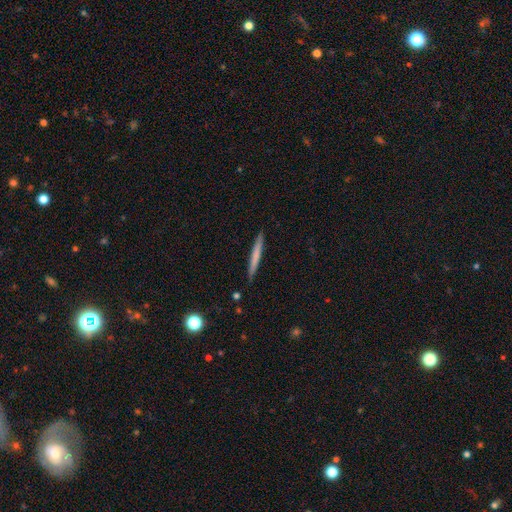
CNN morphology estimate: smooth_or_featured: smooth (p=0.64) [alt: featured or disk p=0.30]
how_rounded: cigar-shaped (p=0.97) [alt: in between p=0.02]
merging: none (p=0.90) [alt: minor disturbance p=0.08]